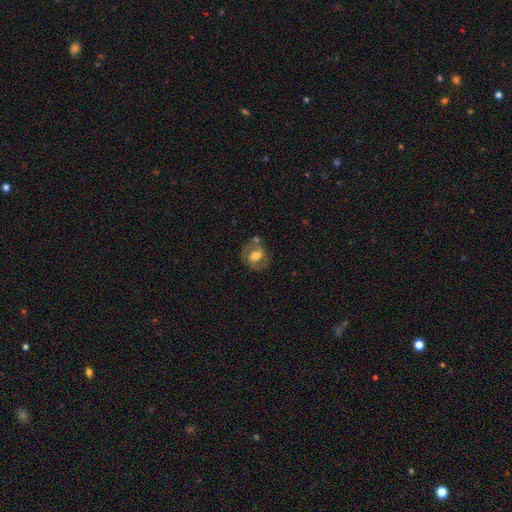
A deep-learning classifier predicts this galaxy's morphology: featured or disk 50%, smooth 42%, star or artifact 8%. Down the decision tree: edge-on disk — no (96%); merging — none (59%).